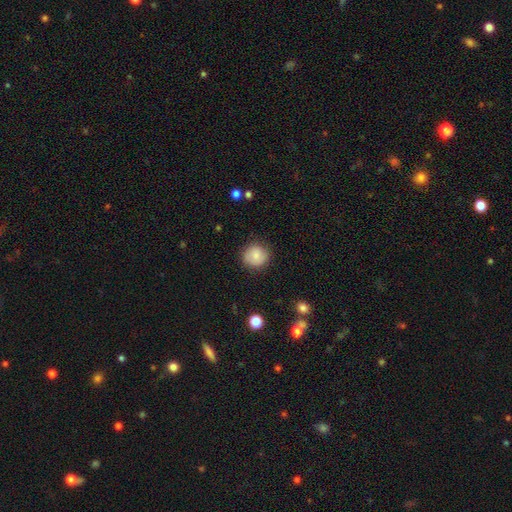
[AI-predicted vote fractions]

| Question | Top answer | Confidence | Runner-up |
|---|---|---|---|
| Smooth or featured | smooth | 80% | featured or disk (11%) |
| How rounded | round | 88% | in between (11%) |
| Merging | none | 83% | minor disturbance (13%) |